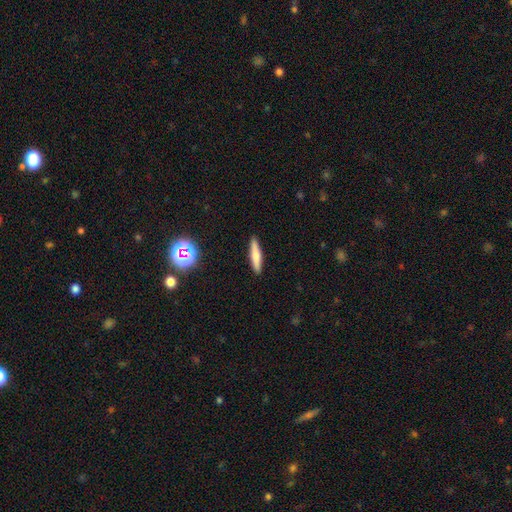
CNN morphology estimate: Q: Smooth or featured?
A: smooth (68%); runner-up: featured or disk (24%)
Q: How rounded?
A: cigar-shaped (86%); runner-up: in between (12%)
Q: Merging?
A: none (91%); runner-up: minor disturbance (7%)